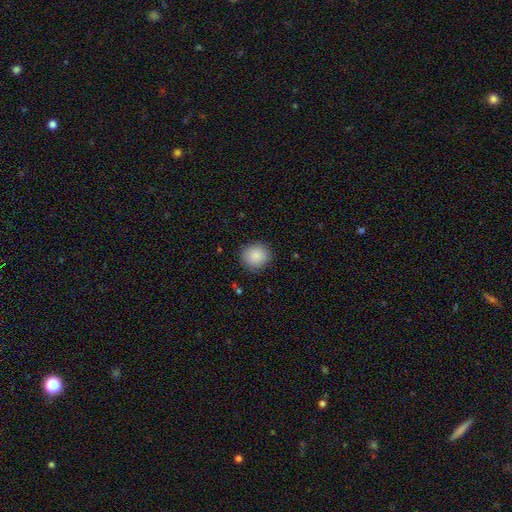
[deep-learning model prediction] A smooth galaxy with no disk features (88%) that is round (87%).

Vote fractions:
- Smooth or featured? smooth: 88% / star or artifact: 7% / featured or disk: 5%
- How rounded? round: 87% / in between: 12% / cigar-shaped: 1%
- Merging? none: 88% / minor disturbance: 9% / major disturbance: 2% / merger: 1%